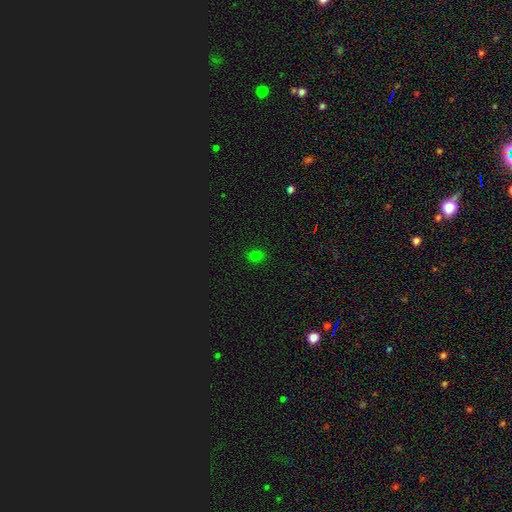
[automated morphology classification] smooth 74%, star or artifact 21%, featured or disk 5%. Down the decision tree: how rounded — round (62%); merging — none (89%).